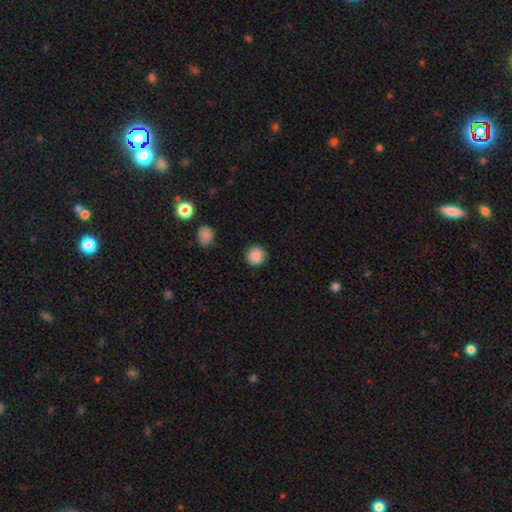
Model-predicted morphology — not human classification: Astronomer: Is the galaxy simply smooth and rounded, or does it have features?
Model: smooth — 88%.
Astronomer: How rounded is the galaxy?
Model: round — 95%.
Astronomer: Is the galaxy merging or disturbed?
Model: none — 90%.